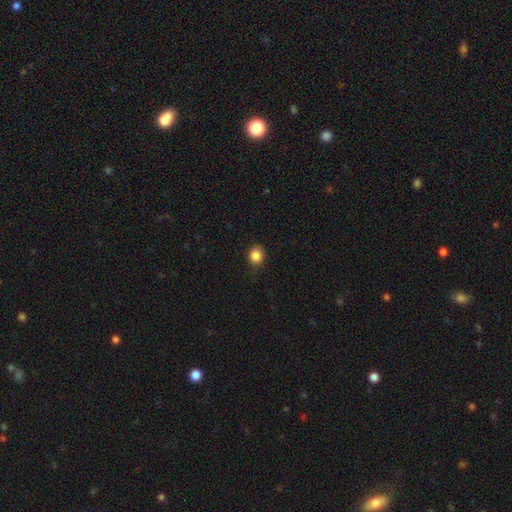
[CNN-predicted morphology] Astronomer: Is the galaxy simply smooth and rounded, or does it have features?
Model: smooth — 86%.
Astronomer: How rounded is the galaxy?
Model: round — 74%.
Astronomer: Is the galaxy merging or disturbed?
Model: none — 83%.